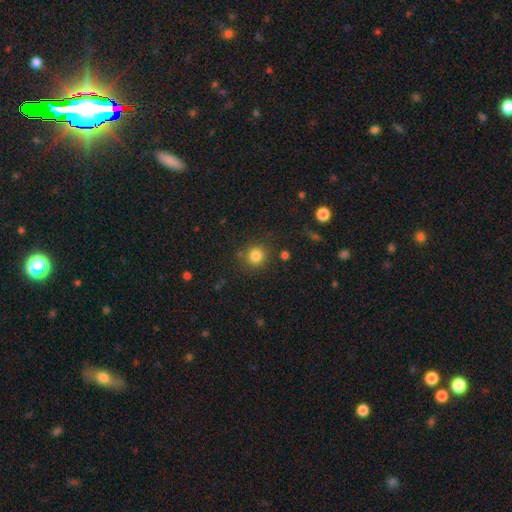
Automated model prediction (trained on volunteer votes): This appears to be a smooth galaxy with no disk features (83%) that is round (90%). Merging: none (83%).